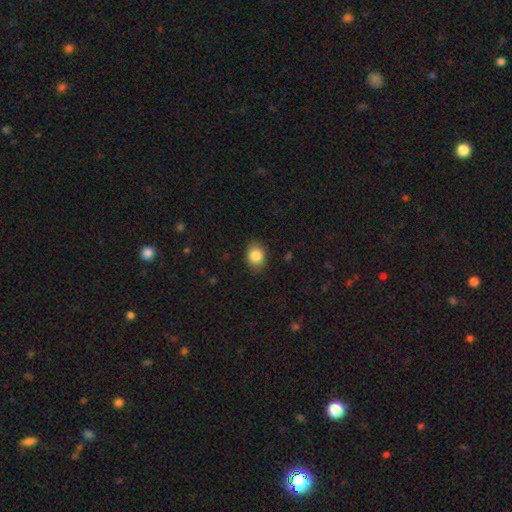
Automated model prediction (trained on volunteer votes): A smooth galaxy with no disk features (86%) that is in between round and cigar-shaped (54%).

Vote fractions:
- Smooth or featured? smooth: 86% / star or artifact: 9% / featured or disk: 5%
- How rounded? in between: 54% / round: 45% / cigar-shaped: 1%
- Merging? none: 84% / minor disturbance: 12% / major disturbance: 3% / merger: 1%